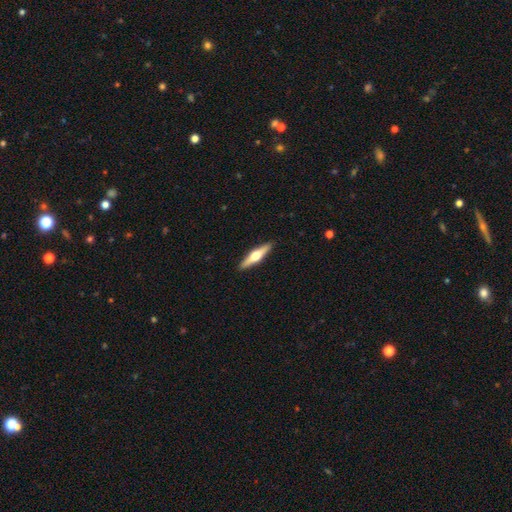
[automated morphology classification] featured or disk 67%, smooth 28%, star or artifact 5%. Down the decision tree: edge-on disk — yes (97%); edge-on bulge — rounded (96%); merging — none (92%).